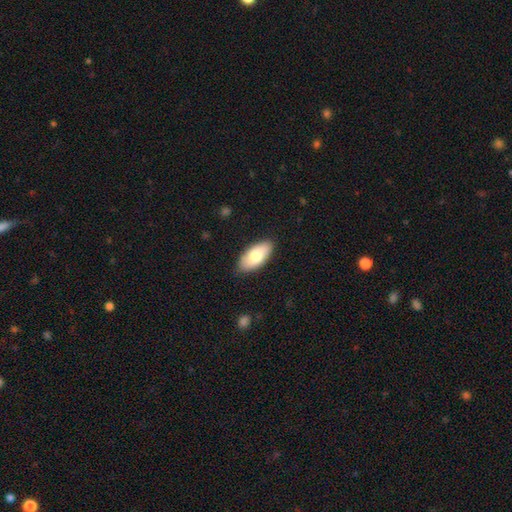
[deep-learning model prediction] A smooth galaxy with no disk features (76%) that is in between round and cigar-shaped (92%). Merging: none (86%).